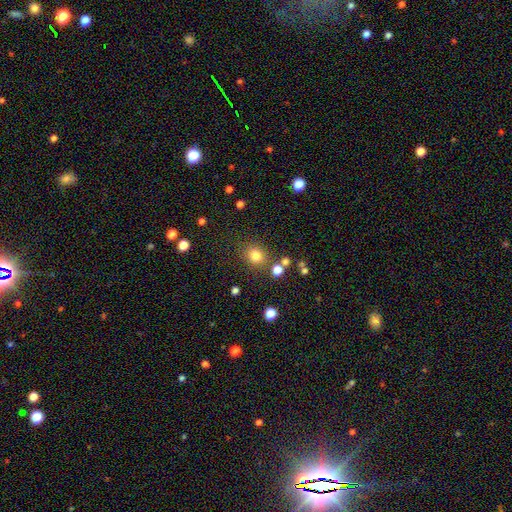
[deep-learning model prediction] Smooth or featured? Predicted: smooth (p=0.80). How rounded? Predicted: round (p=0.80). Merging? Predicted: none (p=0.79).